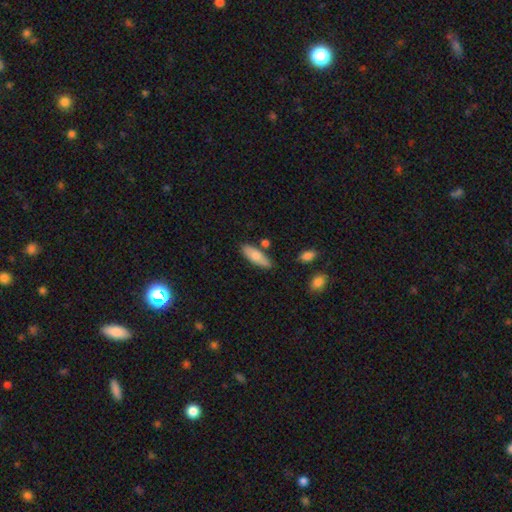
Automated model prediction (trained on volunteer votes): The model was most divided on "how rounded": in between: 62%, cigar-shaped: 35%, round: 2%. More confident: merging — none (76%); smooth or featured — smooth (74%).